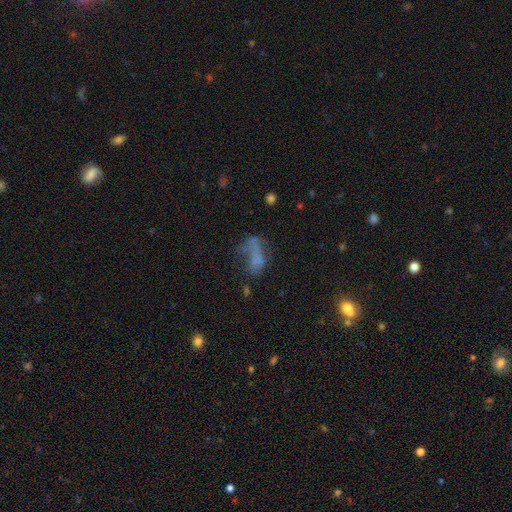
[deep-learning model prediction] Smooth or featured: smooth — 47% (featured or disk — 32%)
Merging: major disturbance — 38% (none — 30%)